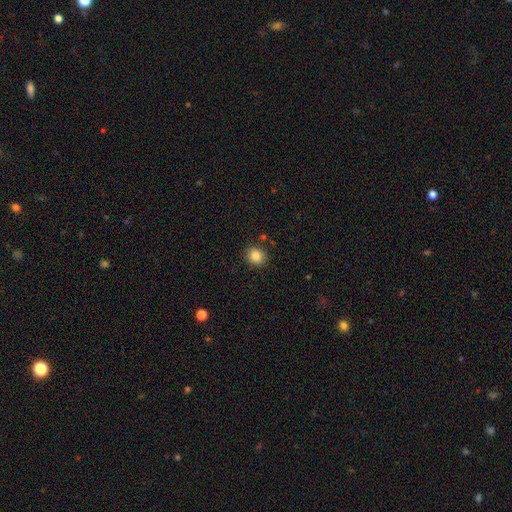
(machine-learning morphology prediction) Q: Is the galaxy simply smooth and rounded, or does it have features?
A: smooth — 85%.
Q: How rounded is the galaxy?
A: round — 76%.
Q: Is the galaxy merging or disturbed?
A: none — 86%.